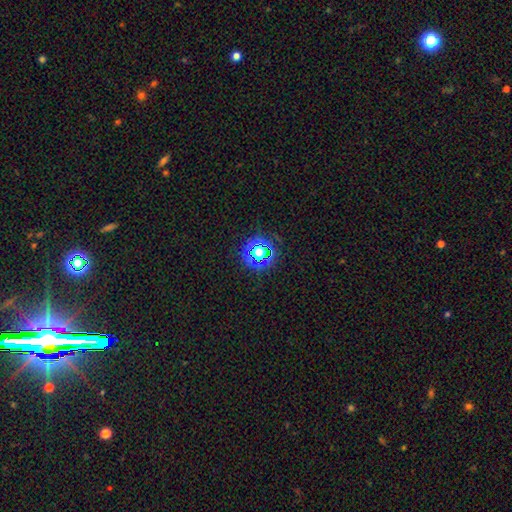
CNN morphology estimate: Smooth or featured? star or artifact (64%)